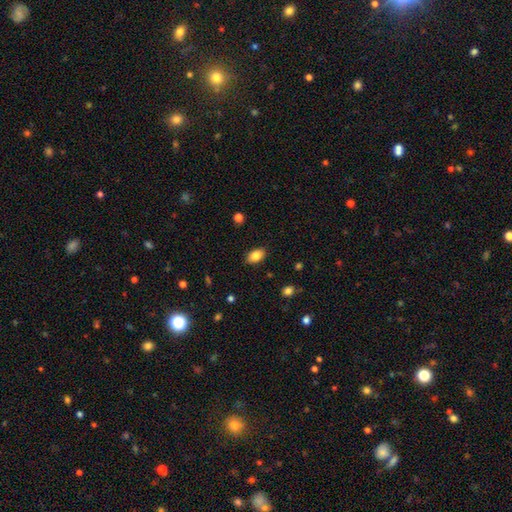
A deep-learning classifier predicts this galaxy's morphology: Smooth or featured? smooth (85%)
How rounded? in between (90%)
Merging? none (87%)